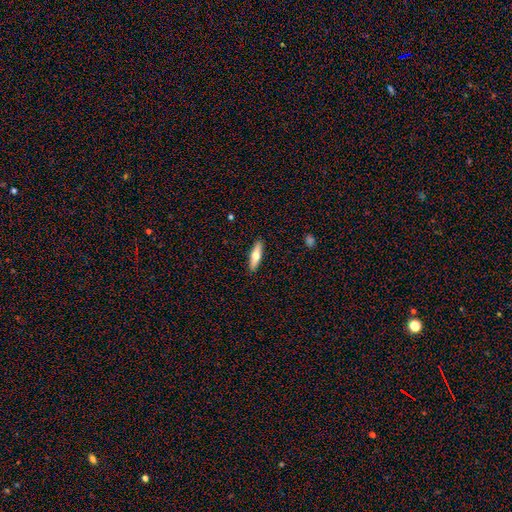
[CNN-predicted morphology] smooth-or-featured: smooth: 57% | featured or disk: 38% | star or artifact: 6%
  how-rounded: cigar-shaped: 64% | in between: 34% | round: 2%
  merging: none: 91% | minor disturbance: 7% | major disturbance: 2% | merger: 1%